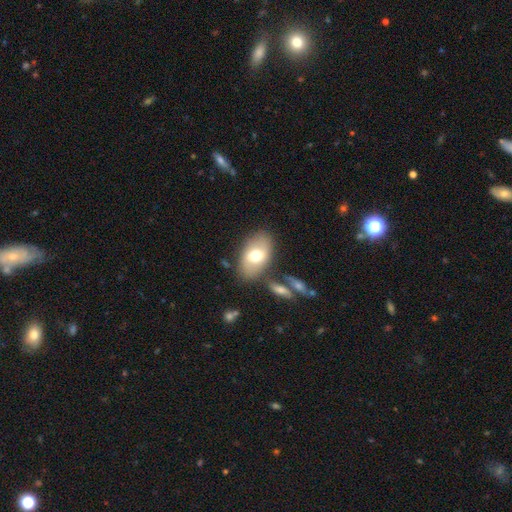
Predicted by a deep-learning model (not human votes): smooth 65%, featured or disk 28%, star or artifact 7%. Down the decision tree: how rounded — in between (90%); merging — none (75%).